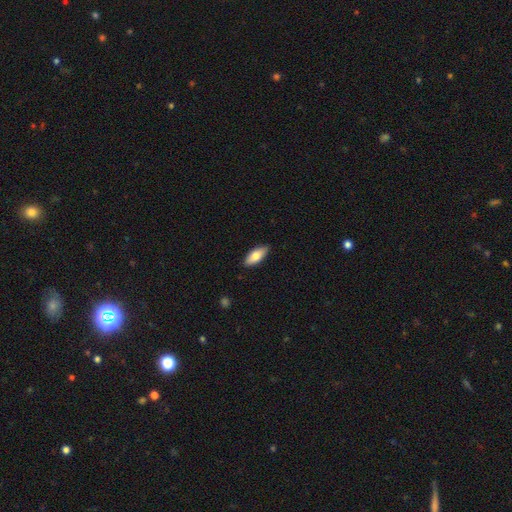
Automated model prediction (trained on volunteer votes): This appears to be a smooth galaxy with no disk features (74%) that is in between round and cigar-shaped (79%). Merging: none (88%).